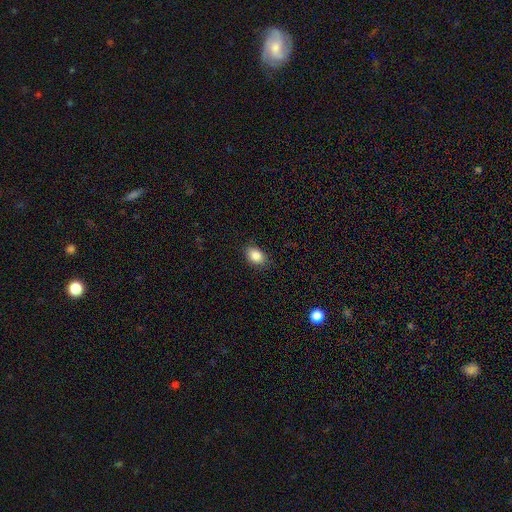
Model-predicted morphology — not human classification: A smooth galaxy with no disk features (86%) that is in between round and cigar-shaped (76%). Merging: none (85%).